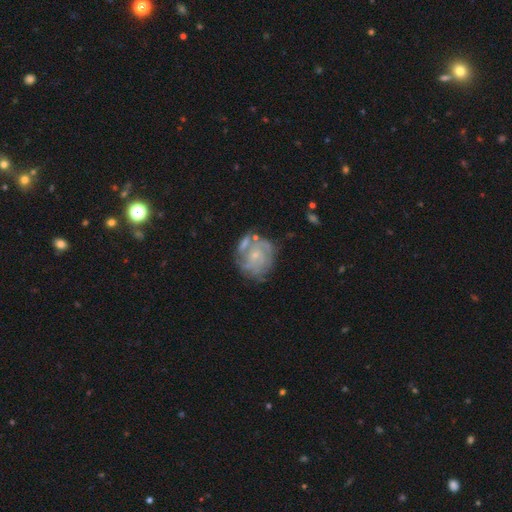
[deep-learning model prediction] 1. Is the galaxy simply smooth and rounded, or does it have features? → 79% featured or disk, 14% smooth, 7% star or artifact.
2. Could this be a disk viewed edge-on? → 98% no, 2% yes.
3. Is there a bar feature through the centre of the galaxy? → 70% no, 25% weak, 4% strong.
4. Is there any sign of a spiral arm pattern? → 91% yes, 9% no.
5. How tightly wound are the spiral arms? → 61% tight, 31% medium, 8% loose.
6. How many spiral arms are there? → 31% can't tell, 25% 3, 21% 2, 12% 4, 5% 1, 5% more than 4.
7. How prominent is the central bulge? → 73% small, 19% moderate, 6% none, 1% large, 1% dominant.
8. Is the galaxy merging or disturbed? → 59% none, 19% minor disturbance, 13% merger, 9% major disturbance.